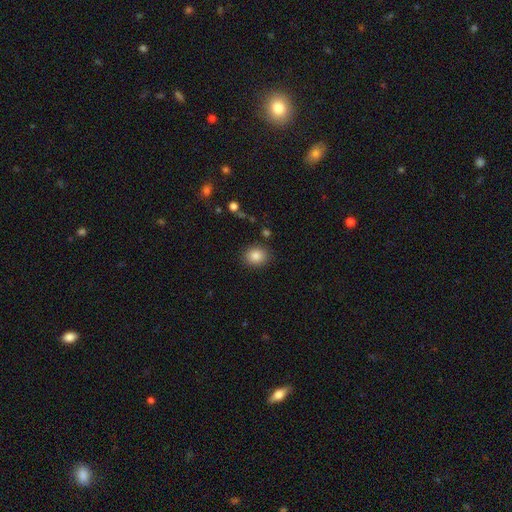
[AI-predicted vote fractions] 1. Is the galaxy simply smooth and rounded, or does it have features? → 85% smooth, 9% star or artifact, 6% featured or disk.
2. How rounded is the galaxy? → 66% round, 33% in between, 1% cigar-shaped.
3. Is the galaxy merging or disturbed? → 86% none, 9% minor disturbance, 3% major disturbance, 2% merger.